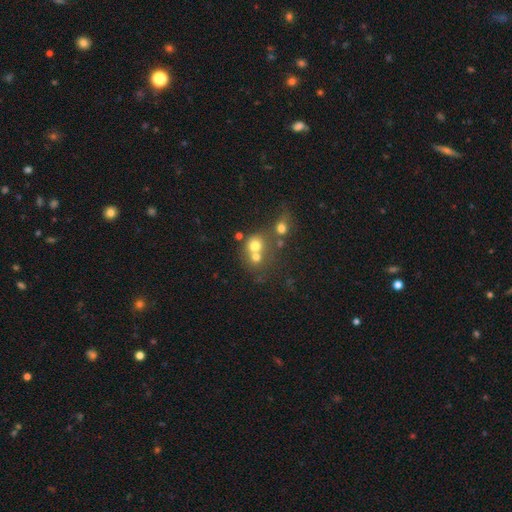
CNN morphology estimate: The model was most divided on "merging": merger: 56%, none: 33%, minor disturbance: 6%, major disturbance: 4%. More confident: how rounded — round (78%); smooth or featured — smooth (54%).